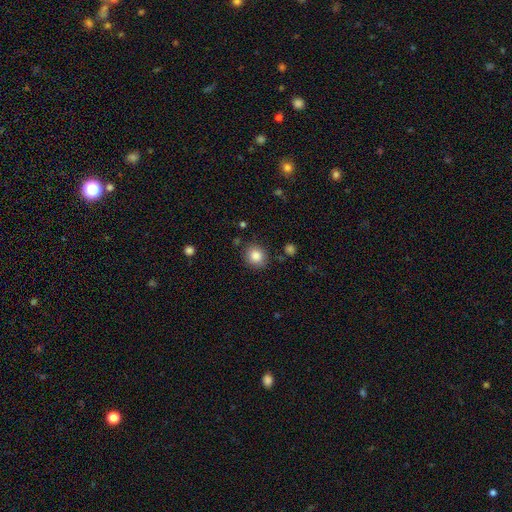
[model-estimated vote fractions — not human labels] Morphology: type=smooth (85%); roundness=round (80%); merging=none (84%).